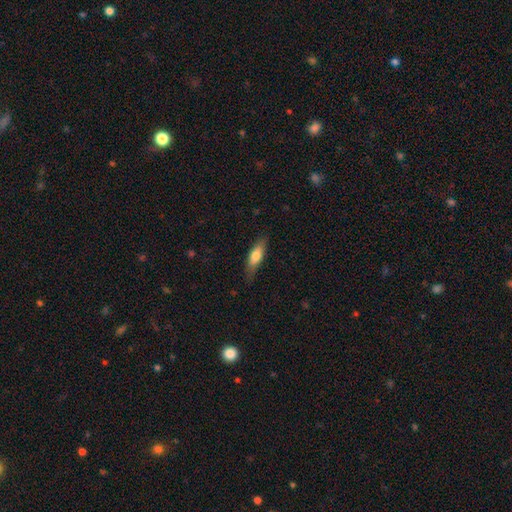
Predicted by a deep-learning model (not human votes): This appears to be a smooth galaxy with no disk features (68%) that is cigar-shaped (50%). Merging: none (77%).